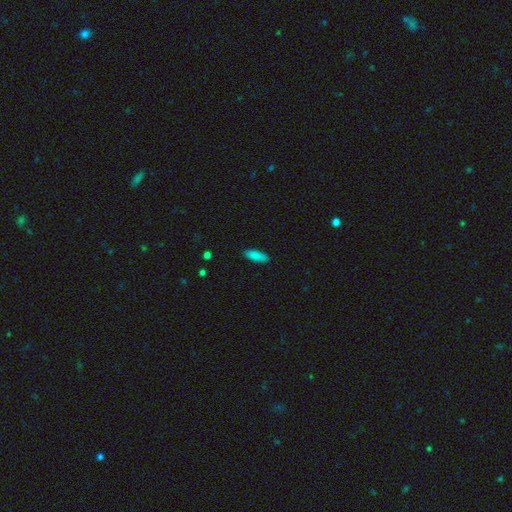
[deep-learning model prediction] A smooth galaxy with no disk features (87%) that is in between round and cigar-shaped (60%).

Vote fractions:
- Smooth or featured? smooth: 87% / star or artifact: 8% / featured or disk: 6%
- How rounded? in between: 60% / cigar-shaped: 38% / round: 2%
- Merging? none: 88% / minor disturbance: 9% / major disturbance: 2% / merger: 1%